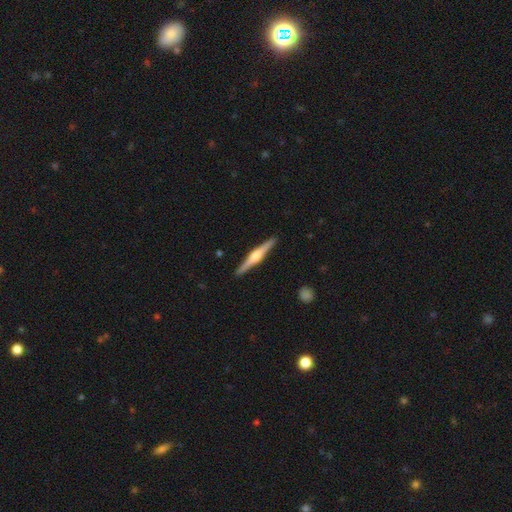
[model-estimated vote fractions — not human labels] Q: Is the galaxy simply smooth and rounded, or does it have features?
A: featured or disk — 75%.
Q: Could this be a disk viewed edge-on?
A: yes — 98%.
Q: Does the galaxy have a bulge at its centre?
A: rounded — 87%.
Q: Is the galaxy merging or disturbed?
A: none — 92%.